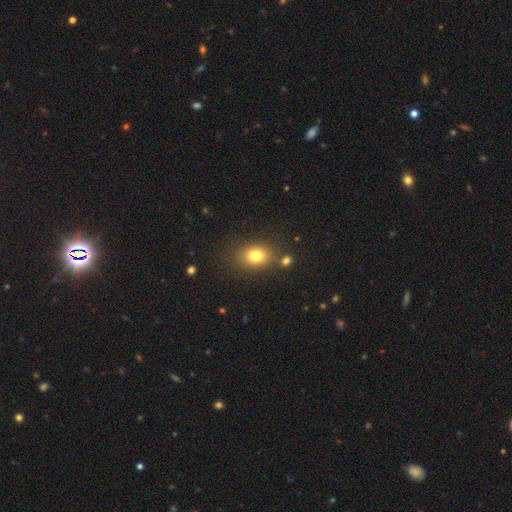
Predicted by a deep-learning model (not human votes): Overall: smooth (79%). How rounded: in between (60%; round 39%). Merging: none (75%).